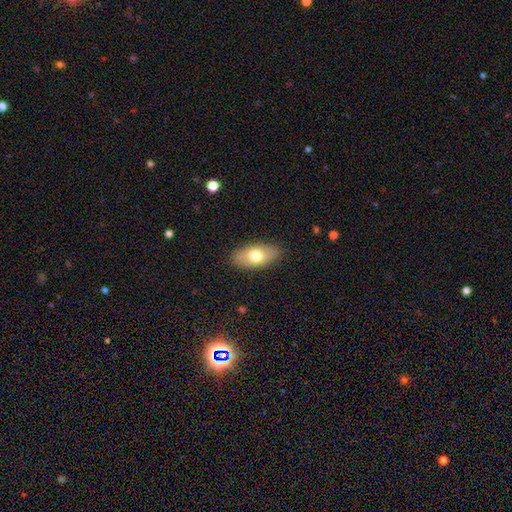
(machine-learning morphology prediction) This is likely a smooth galaxy (69%). How rounded: clearly in between (91%). Merging: clearly none (86%).